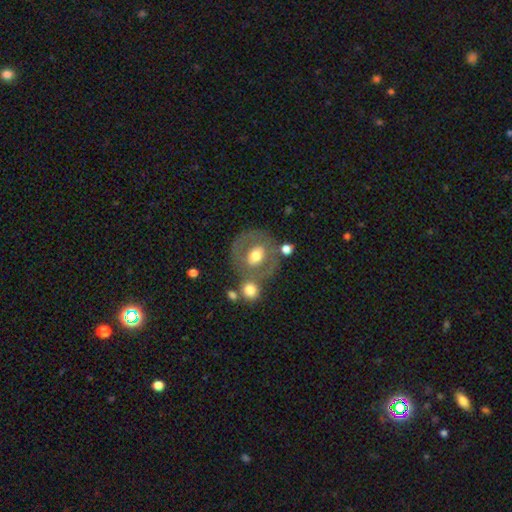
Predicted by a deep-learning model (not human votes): A featured or disk galaxy (47%).

Vote fractions:
- Smooth or featured? featured or disk: 47% / smooth: 45% / star or artifact: 8%
- Merging? none: 60% / merger: 16% / minor disturbance: 15% / major disturbance: 9%